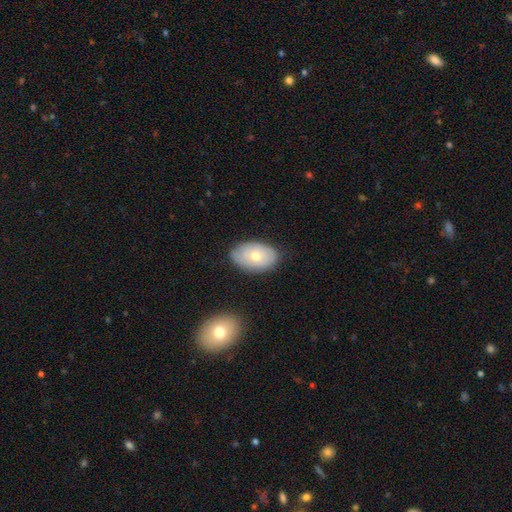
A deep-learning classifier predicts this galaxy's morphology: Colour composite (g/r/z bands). It shows a smooth galaxy with no disk features (58%) that is in between round and cigar-shaped (91%). Merging: none (79%).